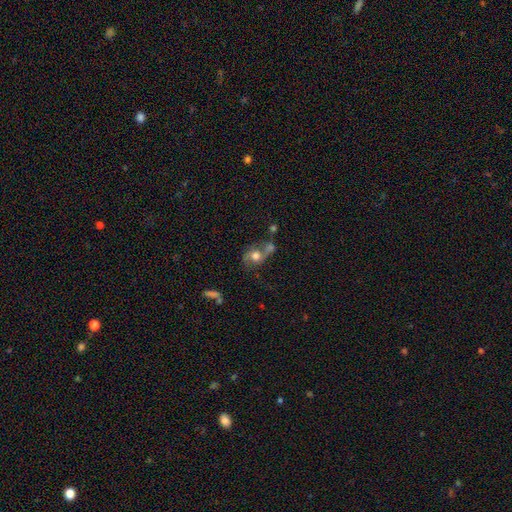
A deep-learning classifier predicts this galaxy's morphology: smooth-or-featured: featured or disk: 49% | smooth: 39% | star or artifact: 12%
  merging: none: 34% | merger: 33% | minor disturbance: 17% | major disturbance: 16%